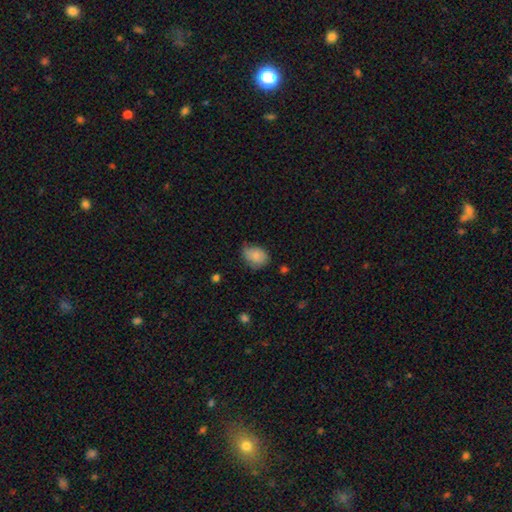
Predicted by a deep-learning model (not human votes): The model was most divided on "merging": none: 59%, minor disturbance: 33%, major disturbance: 7%, merger: 2%. More confident: smooth or featured — smooth (83%); how rounded — in between (68%).